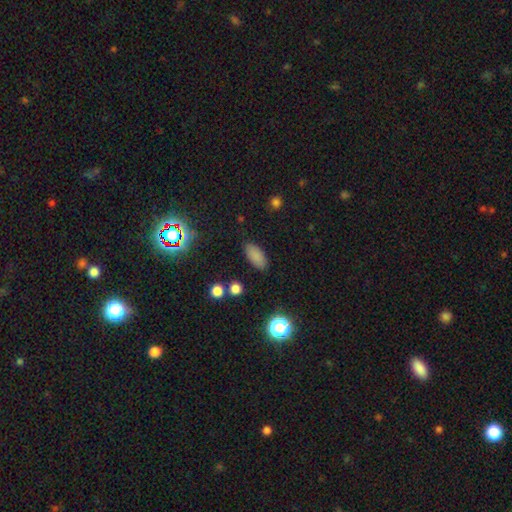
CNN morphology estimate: A smooth galaxy with no disk features (82%) that is in between round and cigar-shaped (91%). Merging: none (86%).